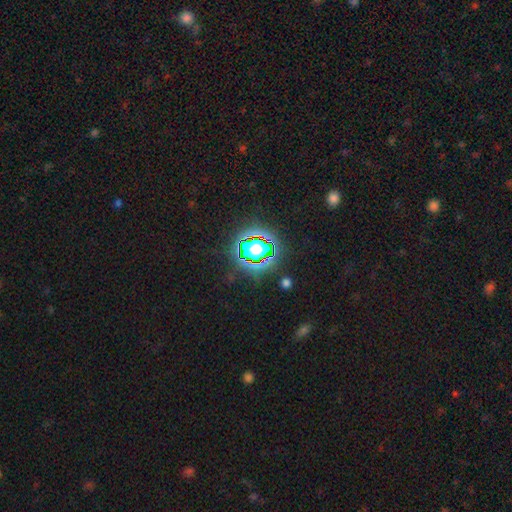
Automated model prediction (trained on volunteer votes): The model was most divided on "smooth or featured": star or artifact: 77%, smooth: 14%, featured or disk: 9%.